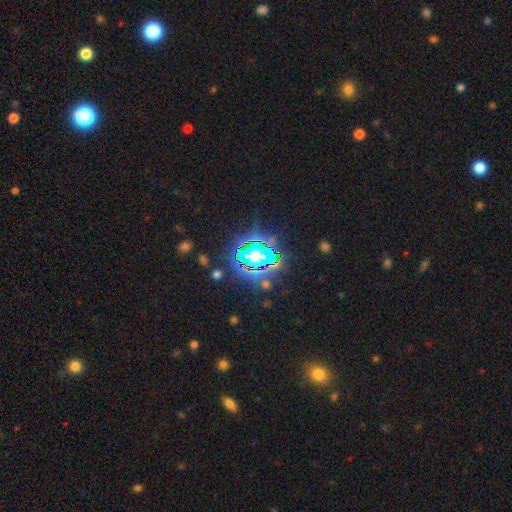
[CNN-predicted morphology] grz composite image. It shows a star or artifact, not a galaxy (69%).